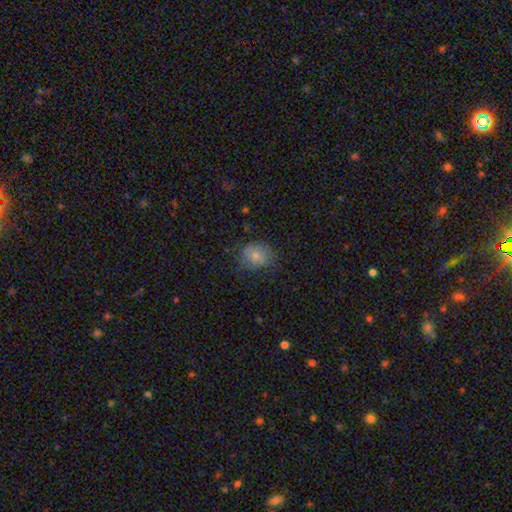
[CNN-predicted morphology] A smooth galaxy with no disk features (72%) that is round (66%).

Vote fractions:
- Smooth or featured? smooth: 72% / featured or disk: 15% / star or artifact: 12%
- How rounded? round: 66% / in between: 33% / cigar-shaped: 1%
- Merging? none: 71% / minor disturbance: 22% / major disturbance: 6% / merger: 1%